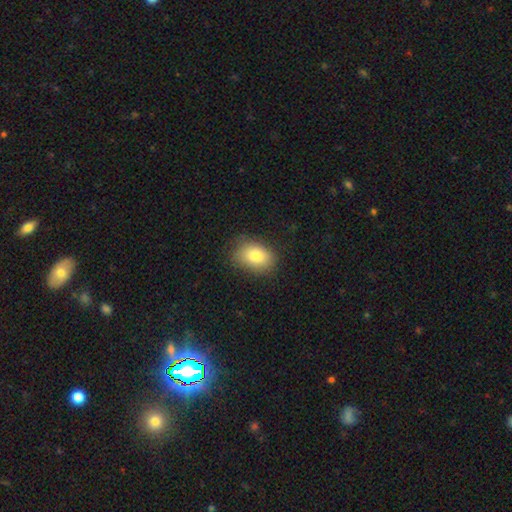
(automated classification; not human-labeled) Smooth or featured? smooth (84%)
How rounded? in between (83%)
Merging? none (80%)